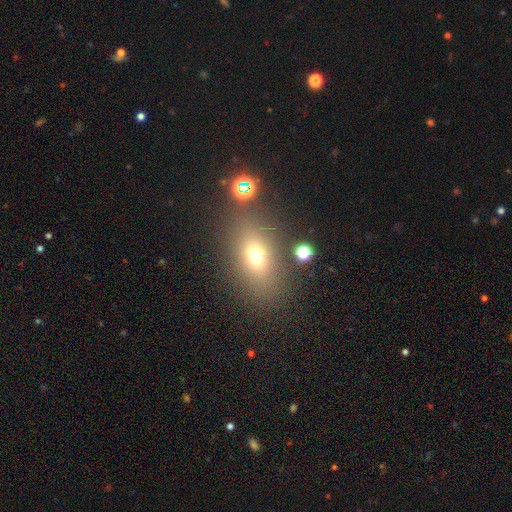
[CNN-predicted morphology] type=smooth (69%); roundness=in between (75%); merging=none (77%).